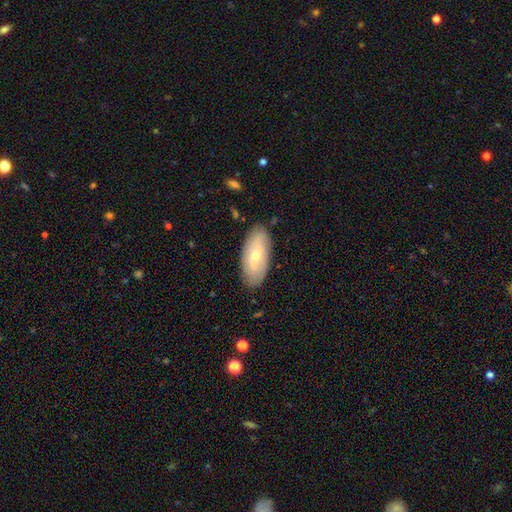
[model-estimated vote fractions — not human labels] Overall: smooth (49%; featured or disk 44%). Merging: none (85%).